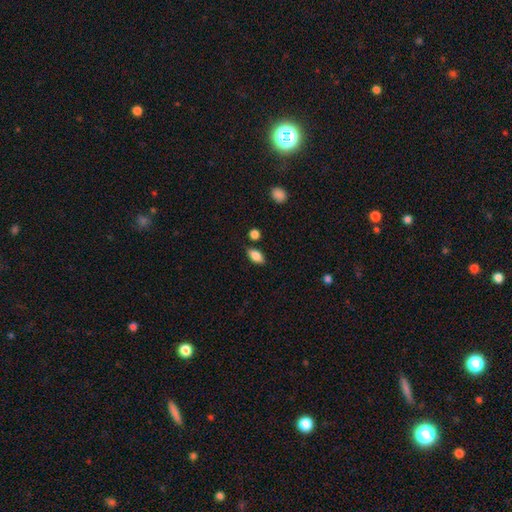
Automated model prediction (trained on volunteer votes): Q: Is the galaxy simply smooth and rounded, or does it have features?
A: smooth — 84%.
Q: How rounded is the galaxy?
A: in between — 89%.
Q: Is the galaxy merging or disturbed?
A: none — 80%.